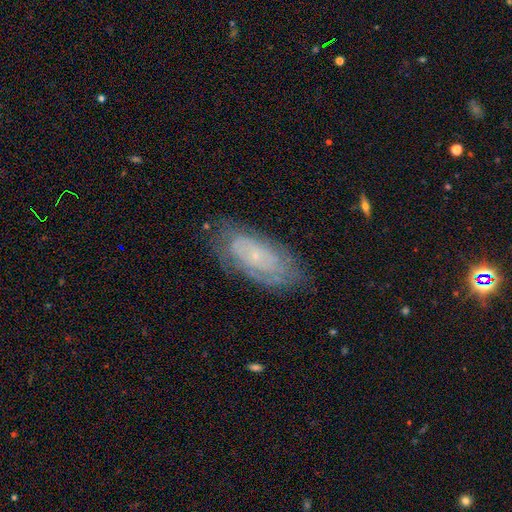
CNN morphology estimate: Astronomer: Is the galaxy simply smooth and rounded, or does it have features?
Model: featured or disk — 69%.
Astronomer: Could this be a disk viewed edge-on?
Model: no — 92%.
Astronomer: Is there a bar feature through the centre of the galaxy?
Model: no — 76%.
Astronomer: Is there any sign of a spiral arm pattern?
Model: yes — 85%.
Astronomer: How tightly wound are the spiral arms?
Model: tight — 69%.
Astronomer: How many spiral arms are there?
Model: can't tell — 54%.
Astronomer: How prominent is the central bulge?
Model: small — 79%.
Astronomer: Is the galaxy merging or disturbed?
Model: none — 72%.